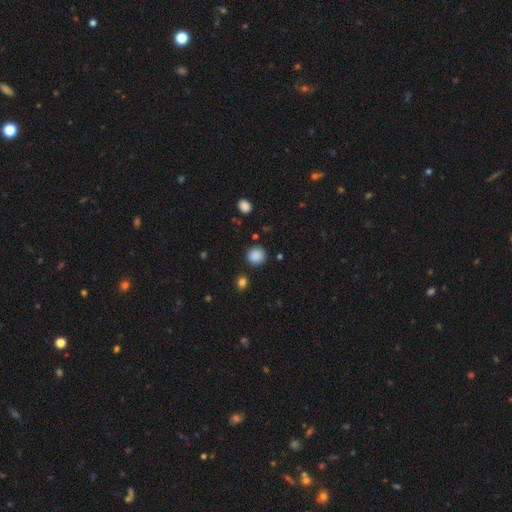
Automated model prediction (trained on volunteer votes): Q: Smooth or featured?
A: smooth (87%); runner-up: star or artifact (10%)
Q: How rounded?
A: round (91%); runner-up: in between (8%)
Q: Merging?
A: none (87%); runner-up: minor disturbance (8%)